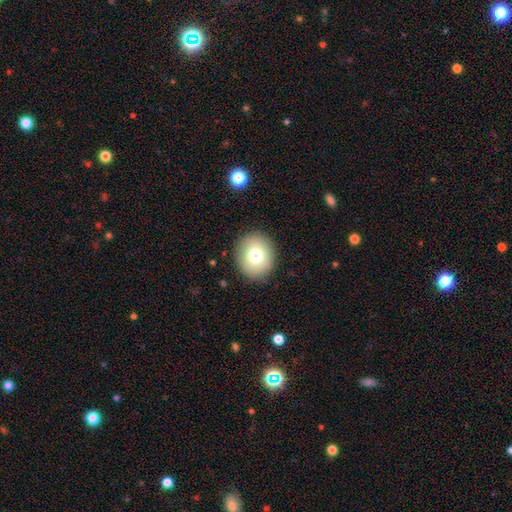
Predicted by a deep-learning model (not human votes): A smooth galaxy with no disk features (77%) that is round (73%).

Vote fractions:
- Smooth or featured? smooth: 77% / featured or disk: 13% / star or artifact: 9%
- How rounded? round: 73% / in between: 26% / cigar-shaped: 1%
- Merging? none: 89% / minor disturbance: 8% / major disturbance: 2% / merger: 1%